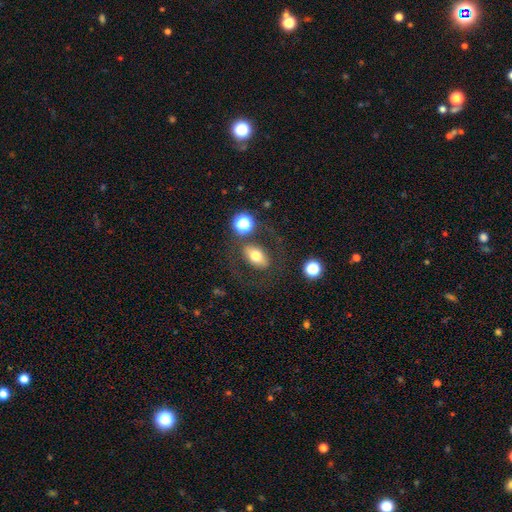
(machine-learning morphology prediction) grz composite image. It shows a smooth galaxy with no disk features (62%) that is in between round and cigar-shaped (84%). Merging: none (71%).